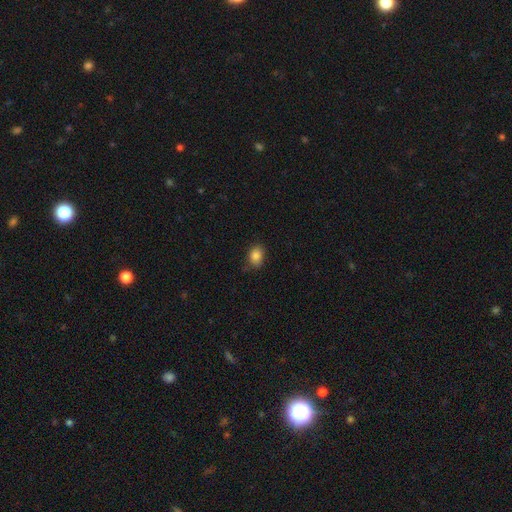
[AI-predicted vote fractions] A smooth galaxy with no disk features (85%) that is in between round and cigar-shaped (69%). Merging: none (77%).